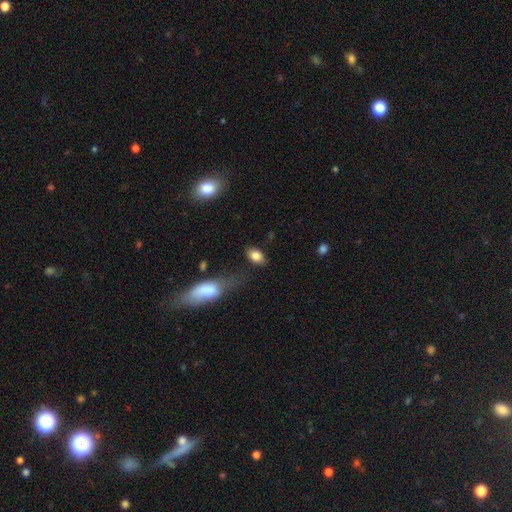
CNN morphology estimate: A smooth galaxy with no disk features (83%) that is in between round and cigar-shaped (86%). Merging: none (73%).